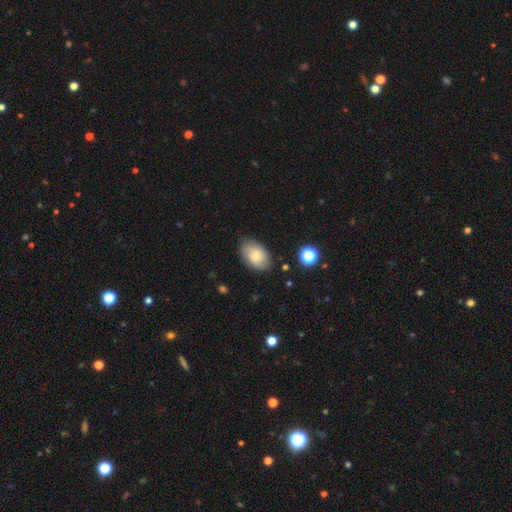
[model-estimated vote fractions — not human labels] The model was most divided on "smooth or featured": smooth: 73%, featured or disk: 19%, star or artifact: 8%. More confident: how rounded — in between (90%); merging — none (80%).